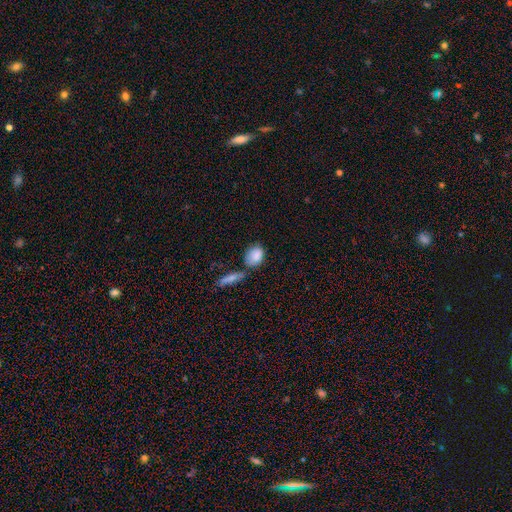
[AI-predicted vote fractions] smooth_or_featured: smooth (p=0.84) [alt: featured or disk p=0.08]
how_rounded: in between (p=0.71) [alt: round p=0.25]
merging: none (p=0.53) [alt: minor disturbance p=0.21]